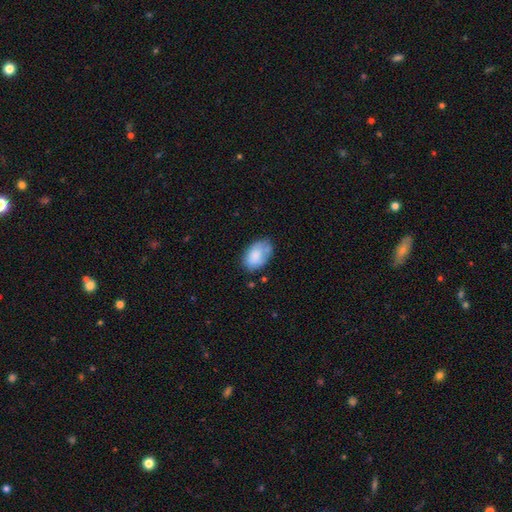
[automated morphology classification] Smooth or featured: smooth — 81% (featured or disk — 12%)
How rounded: in between — 91% (round — 8%)
Merging: none — 62% (minor disturbance — 27%)